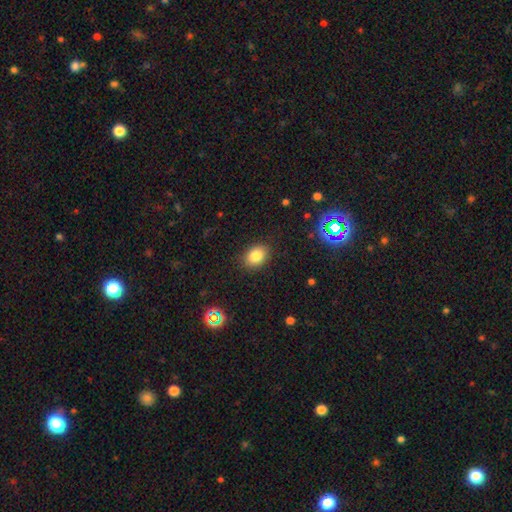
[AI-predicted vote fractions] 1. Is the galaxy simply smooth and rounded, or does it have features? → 81% smooth, 11% star or artifact, 7% featured or disk.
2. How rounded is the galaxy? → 68% in between, 31% round, 1% cigar-shaped.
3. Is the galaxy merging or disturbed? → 87% none, 10% minor disturbance, 3% major disturbance, 1% merger.